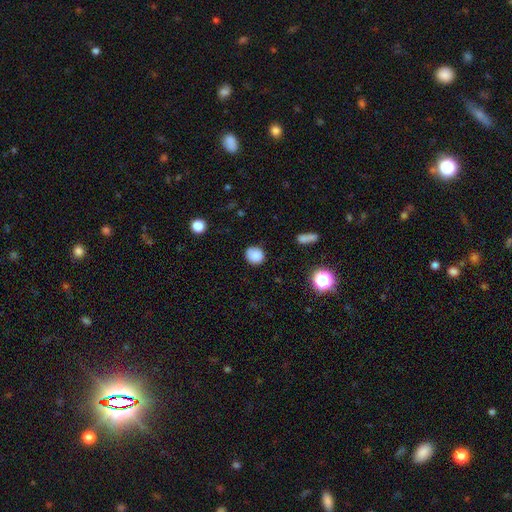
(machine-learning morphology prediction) smooth_or_featured: smooth (p=0.86) [alt: star or artifact p=0.10]
how_rounded: round (p=0.83) [alt: in between p=0.16]
merging: none (p=0.84) [alt: minor disturbance p=0.12]